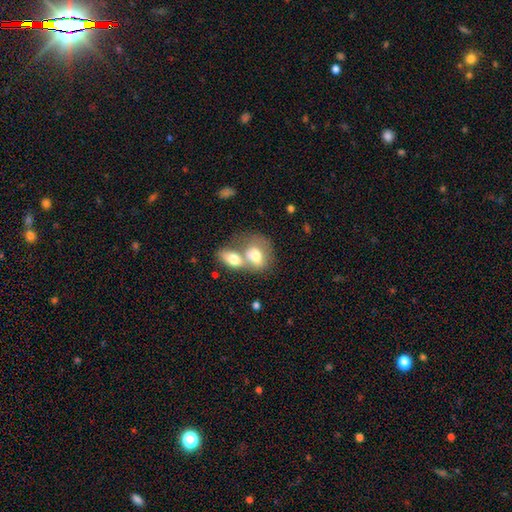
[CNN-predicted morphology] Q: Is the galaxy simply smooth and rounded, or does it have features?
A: smooth — 69%.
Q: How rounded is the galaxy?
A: in between — 71%.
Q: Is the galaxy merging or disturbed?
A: merger — 65%.